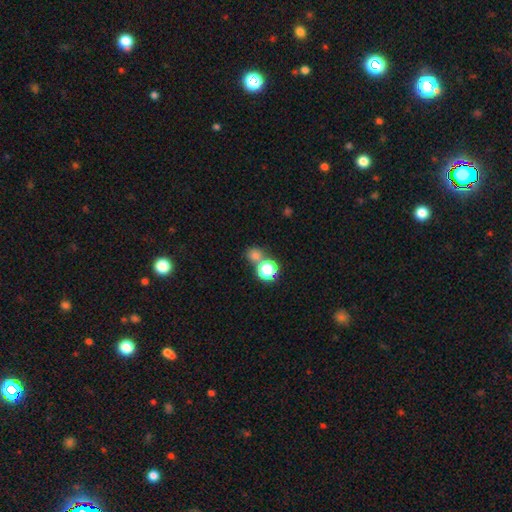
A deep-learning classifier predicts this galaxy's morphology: smooth-or-featured: smooth: 76% | star or artifact: 17% | featured or disk: 7%
  how-rounded: round: 83% | in between: 15% | cigar-shaped: 1%
  merging: none: 53% | merger: 36% | minor disturbance: 8% | major disturbance: 4%